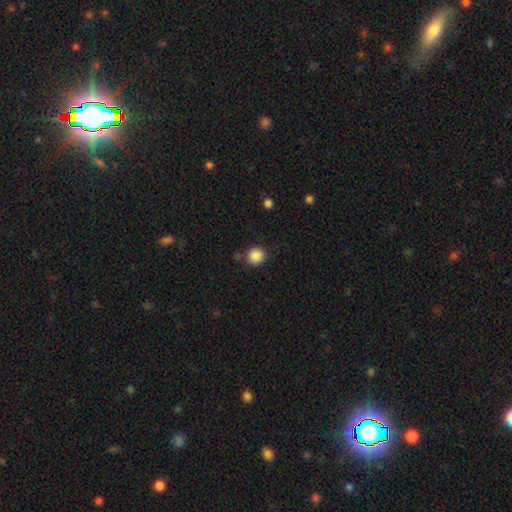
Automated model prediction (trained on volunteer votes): A smooth galaxy with no disk features (87%) that is round (89%). Merging: none (84%).